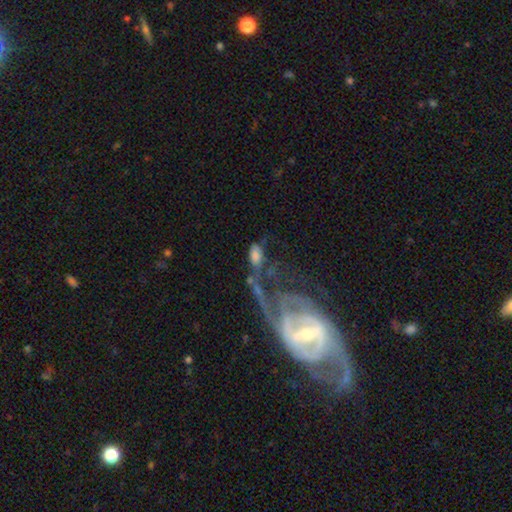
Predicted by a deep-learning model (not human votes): Smooth or featured? smooth (62%)
How rounded? in between (89%)
Merging? none (32%)